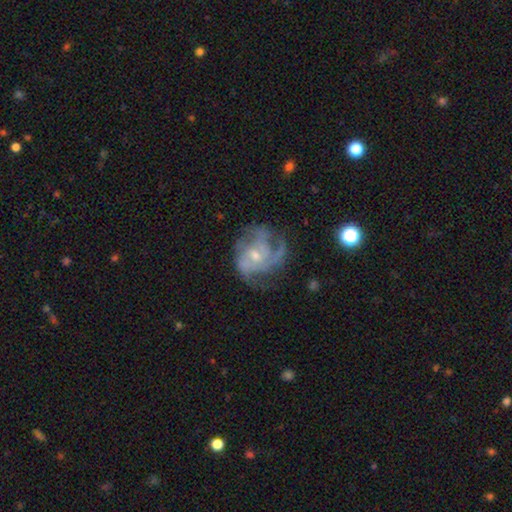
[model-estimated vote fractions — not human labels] featured or disk 80%, smooth 11%, star or artifact 8%. Down the decision tree: edge-on disk — no (98%); bar — no (73%); spiral arms — yes (89%); spiral arm count — 3 (35%); spiral winding — medium (45%); bulge size — small (58%); merging — none (54%).